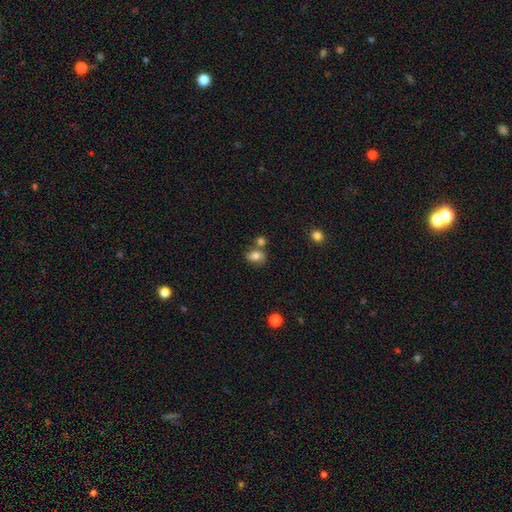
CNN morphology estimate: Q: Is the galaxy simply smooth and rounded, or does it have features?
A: smooth — 70%.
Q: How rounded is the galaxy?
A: in between — 57%.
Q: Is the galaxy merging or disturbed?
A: none — 52%.